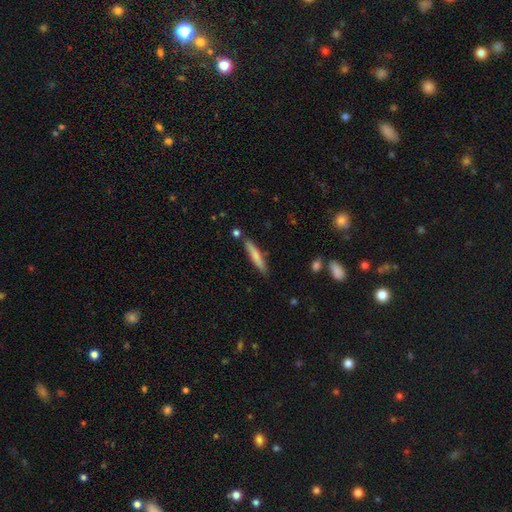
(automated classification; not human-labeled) Smooth or featured: smooth — 73% (featured or disk — 21%)
How rounded: cigar-shaped — 90% (in between — 8%)
Merging: none — 82% (minor disturbance — 12%)